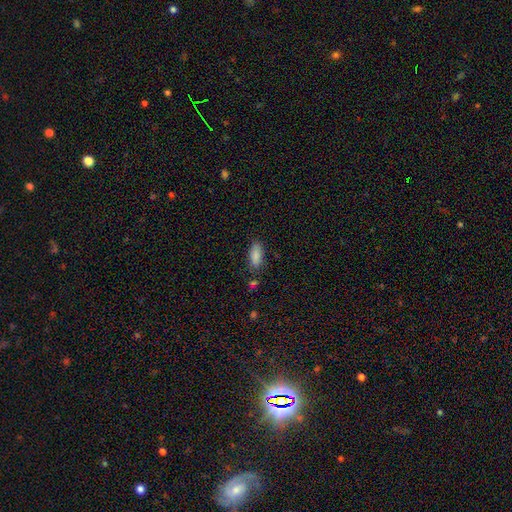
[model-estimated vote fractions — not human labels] smooth 87%, star or artifact 8%, featured or disk 5%. Down the decision tree: how rounded — in between (82%); merging — none (77%).